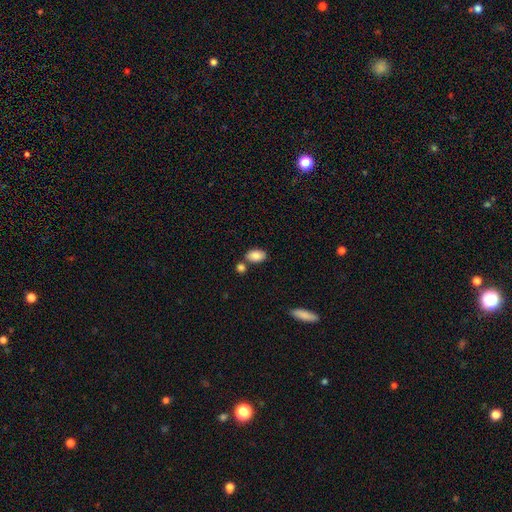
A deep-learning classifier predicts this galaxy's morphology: smooth 87%, star or artifact 7%, featured or disk 6%. Down the decision tree: how rounded — in between (90%); merging — none (68%).